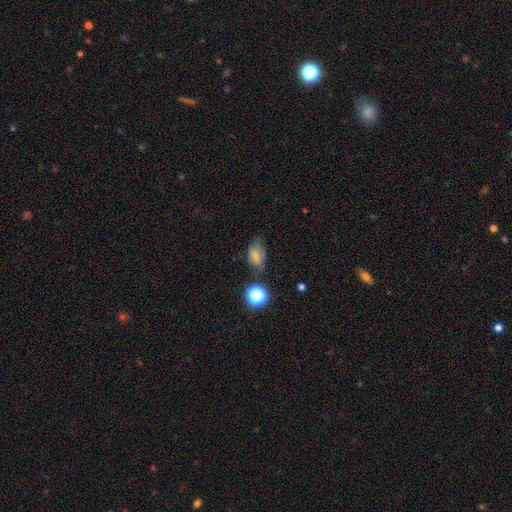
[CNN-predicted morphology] A smooth galaxy with no disk features (68%) that is in between round and cigar-shaped (78%). Merging: none (47%).